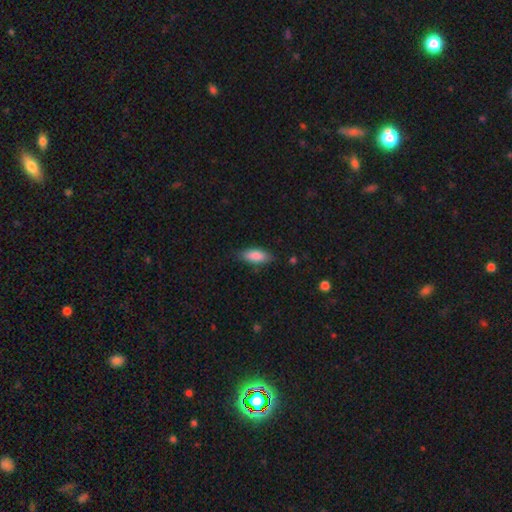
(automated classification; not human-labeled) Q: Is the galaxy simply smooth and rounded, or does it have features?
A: smooth — 85%.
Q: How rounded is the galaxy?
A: in between — 81%.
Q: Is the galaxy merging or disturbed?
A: none — 80%.